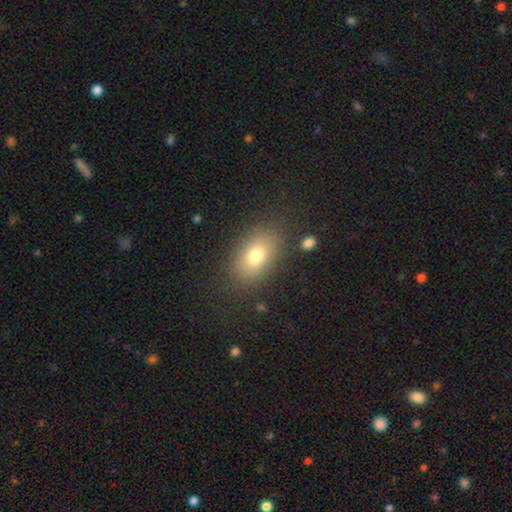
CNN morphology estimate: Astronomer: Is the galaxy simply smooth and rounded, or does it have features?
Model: smooth — 76%.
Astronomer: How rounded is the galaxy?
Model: in between — 86%.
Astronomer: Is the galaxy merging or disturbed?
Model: none — 83%.